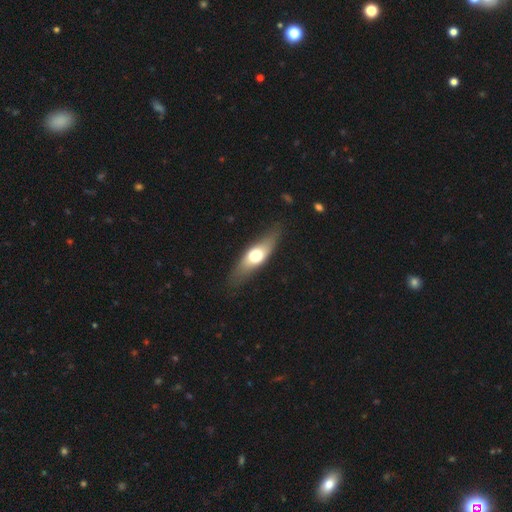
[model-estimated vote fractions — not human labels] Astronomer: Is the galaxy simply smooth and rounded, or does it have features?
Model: smooth — 52% (runner-up: featured or disk, 42%).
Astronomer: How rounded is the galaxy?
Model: in between — 53% (runner-up: cigar-shaped, 43%).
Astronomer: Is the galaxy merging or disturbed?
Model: none — 81%.